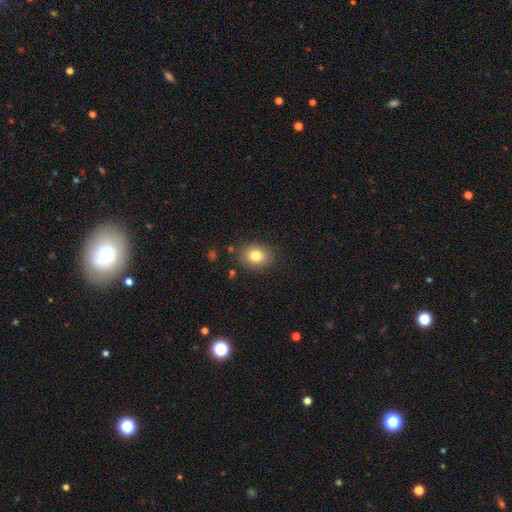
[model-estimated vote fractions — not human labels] The model was most divided on "how rounded": in between: 51%, round: 48%, cigar-shaped: 1%. More confident: merging — none (85%); smooth or featured — smooth (82%).